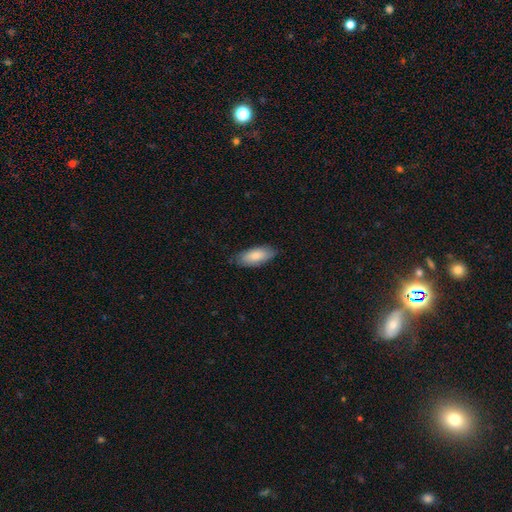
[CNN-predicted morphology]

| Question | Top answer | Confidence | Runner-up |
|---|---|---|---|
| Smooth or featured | smooth | 82% | featured or disk (13%) |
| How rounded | in between | 85% | cigar-shaped (13%) |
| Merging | none | 80% | minor disturbance (16%) |